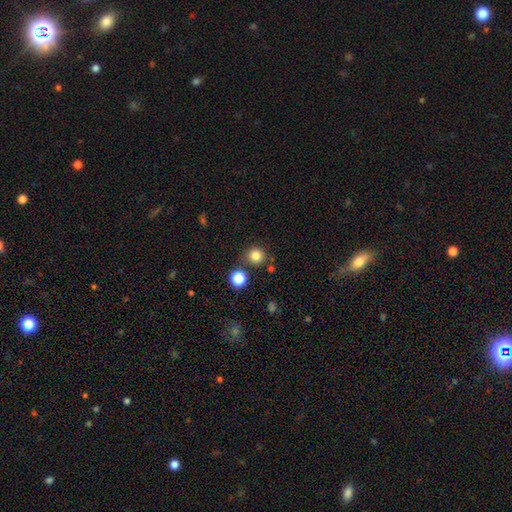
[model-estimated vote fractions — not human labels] smooth 82%, star or artifact 13%, featured or disk 5%. Down the decision tree: how rounded — round (92%); merging — none (81%).